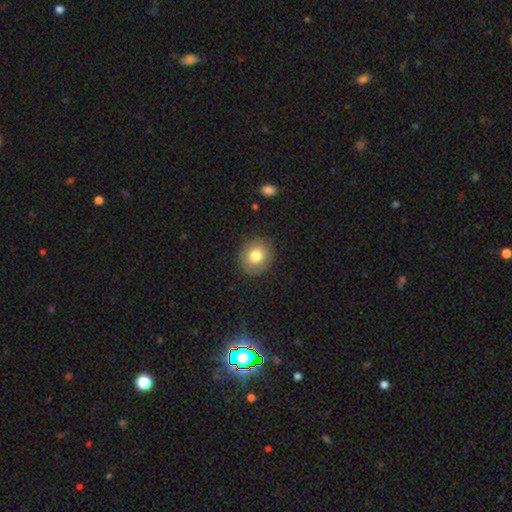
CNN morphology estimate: This is likely a smooth galaxy (77%). How rounded: clearly round (87%). Merging: clearly none (87%).